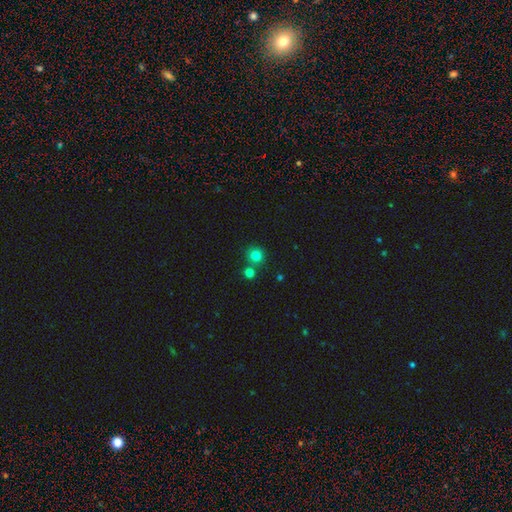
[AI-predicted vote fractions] The model was most divided on "merging": none: 69%, merger: 20%, minor disturbance: 8%, major disturbance: 3%. More confident: how rounded — round (91%); smooth or featured — smooth (81%).